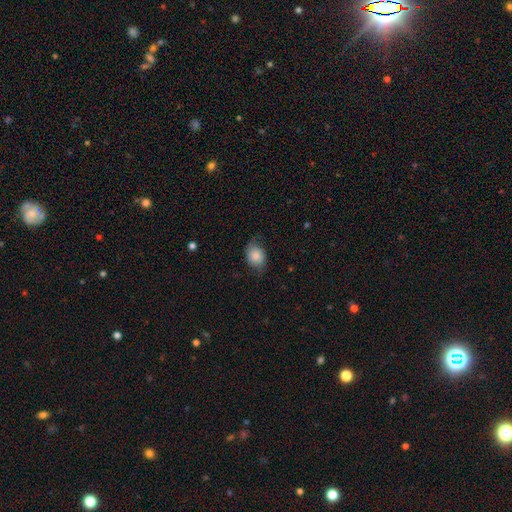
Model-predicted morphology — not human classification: Smooth or featured: smooth — 79% (featured or disk — 13%)
How rounded: in between — 60% (round — 39%)
Merging: none — 60% (minor disturbance — 29%)